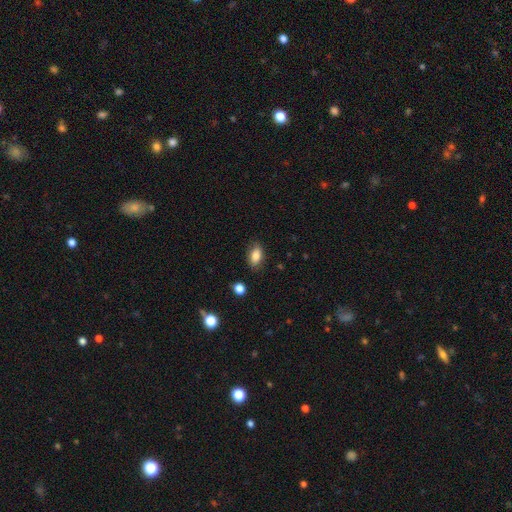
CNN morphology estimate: This appears to be a smooth galaxy with no disk features (84%) that is in between round and cigar-shaped (89%). Merging: none (82%).